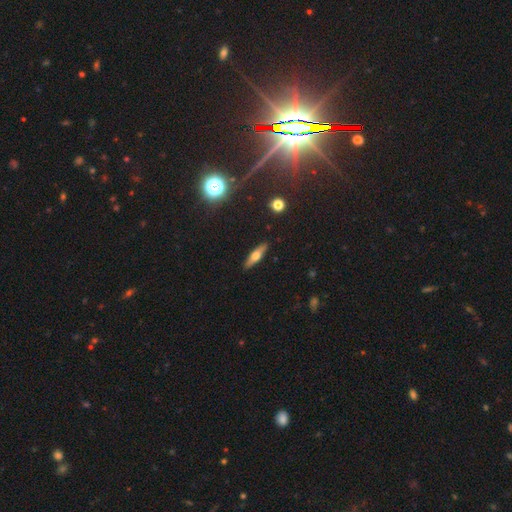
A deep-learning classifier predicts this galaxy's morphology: smooth-or-featured: featured or disk: 48% | smooth: 44% | star or artifact: 8%
  merging: none: 89% | minor disturbance: 8% | major disturbance: 2% | merger: 1%